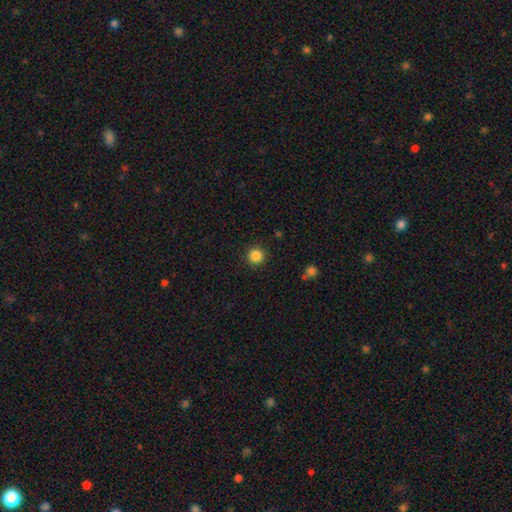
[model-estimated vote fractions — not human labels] Overall: smooth (85%). How rounded: round (95%). Merging: none (91%).